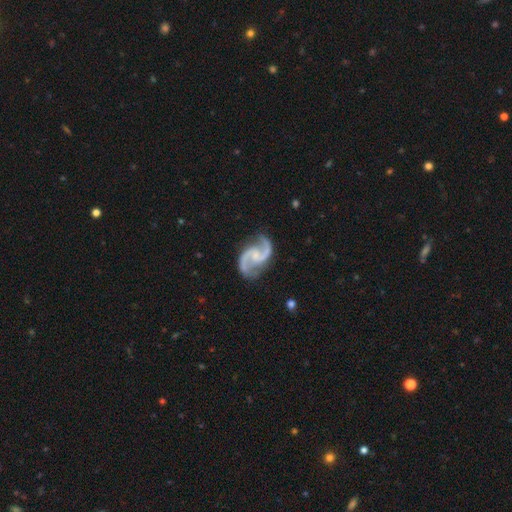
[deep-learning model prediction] A featured or disk galaxy (94%) with no bar (49%), 2 (95%) medium (53%) spiral arms (98%) and a small central bulge (51%).

Vote fractions:
- Smooth or featured? featured or disk: 94% / star or artifact: 4% / smooth: 3%
- Edge-on disk? no: 98% / yes: 2%
- Bar? no: 49% / weak: 40% / strong: 11%
- Spiral arms? yes: 98% / no: 2%
- Spiral winding? medium: 53% / loose: 38% / tight: 9%
- Spiral arm count? 2: 95% / can't tell: 1% / 3: 1% / 1: 1% / 4: 1% / more than 4: 1%
- Bulge size? small: 51% / none: 30% / moderate: 17% / large: 1% / dominant: 1%
- Merging? none: 79% / minor disturbance: 14% / major disturbance: 5% / merger: 2%